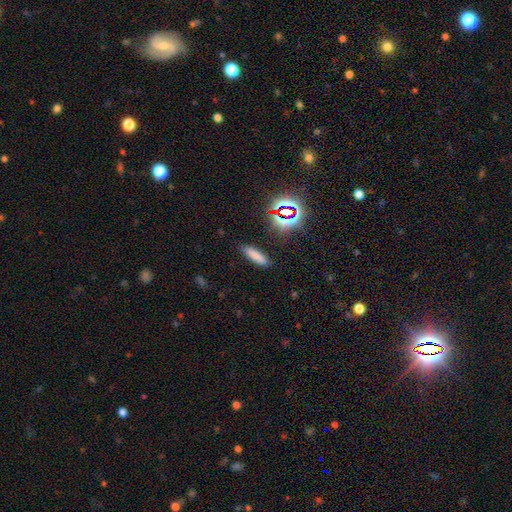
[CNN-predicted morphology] Smooth or featured? smooth (72%)
How rounded? cigar-shaped (71%)
Merging? none (86%)